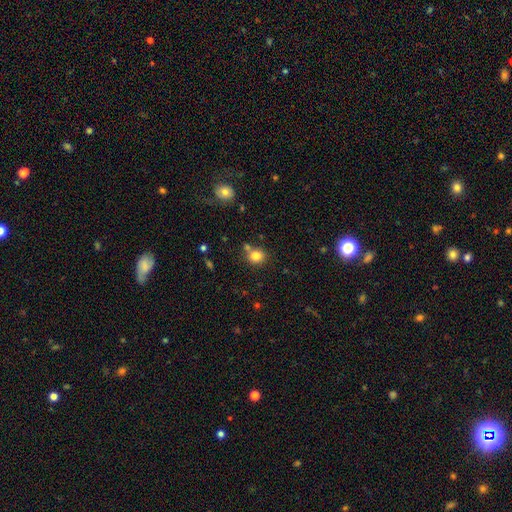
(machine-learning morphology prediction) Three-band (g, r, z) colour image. It shows a smooth galaxy with no disk features (82%) that is round (73%). Merging: none (68%).